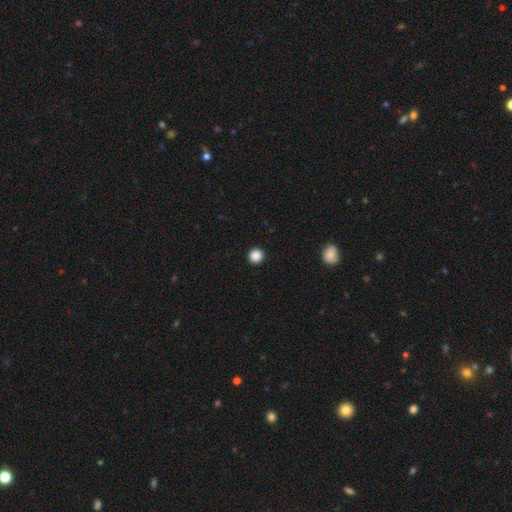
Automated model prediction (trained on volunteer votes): A smooth galaxy with no disk features (88%) that is round (96%). Merging: none (94%).